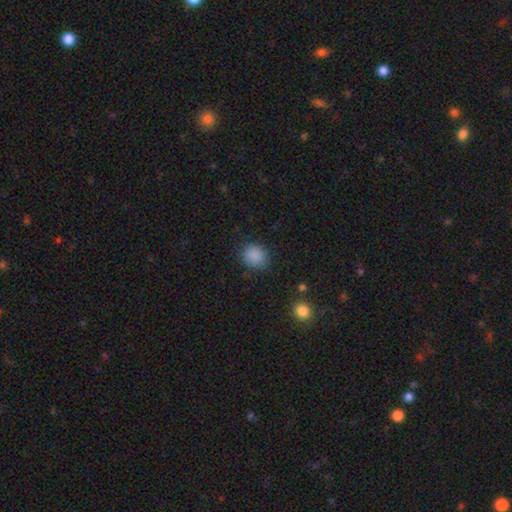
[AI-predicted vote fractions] A smooth galaxy with no disk features (86%) that is round (75%).

Vote fractions:
- Smooth or featured? smooth: 86% / star or artifact: 10% / featured or disk: 4%
- How rounded? round: 75% / in between: 24% / cigar-shaped: 1%
- Merging? none: 83% / minor disturbance: 12% / major disturbance: 3% / merger: 1%